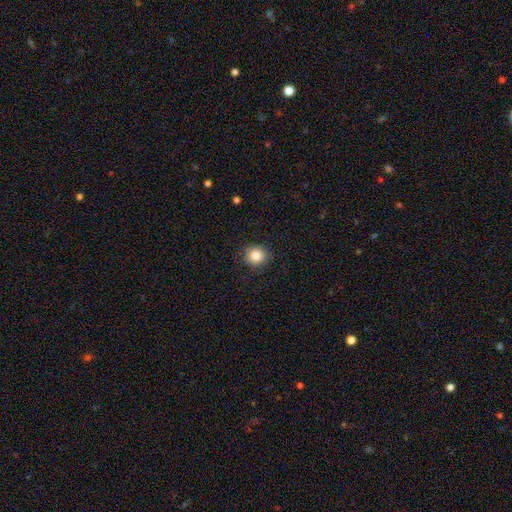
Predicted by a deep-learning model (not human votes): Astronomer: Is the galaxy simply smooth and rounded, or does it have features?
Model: smooth — 86%.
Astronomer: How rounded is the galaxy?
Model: round — 91%.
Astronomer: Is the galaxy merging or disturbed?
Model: none — 90%.